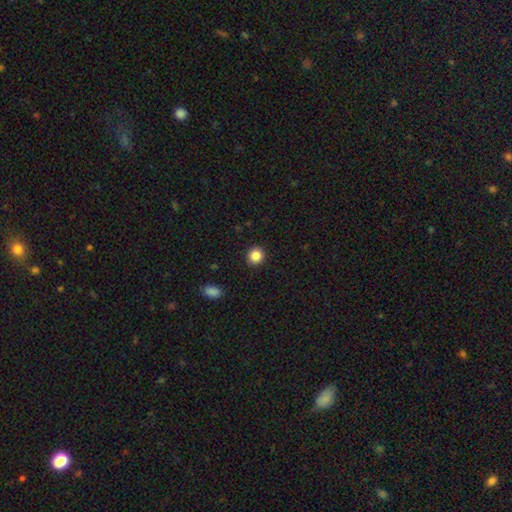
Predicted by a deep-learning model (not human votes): Q: Smooth or featured?
A: smooth (87%); runner-up: star or artifact (10%)
Q: How rounded?
A: round (88%); runner-up: in between (11%)
Q: Merging?
A: none (92%); runner-up: minor disturbance (5%)